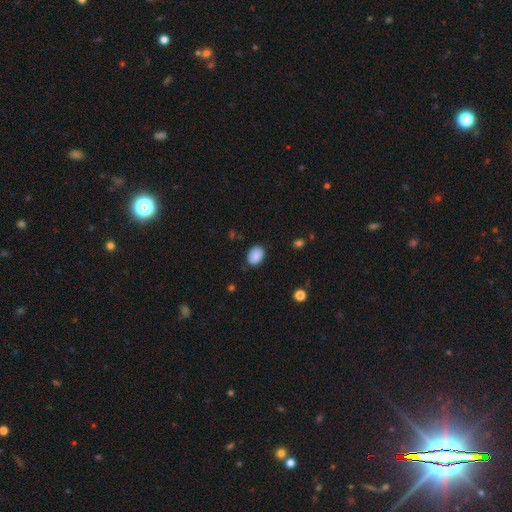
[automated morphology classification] Overall: smooth (88%). How rounded: in between (75%). Merging: none (81%).